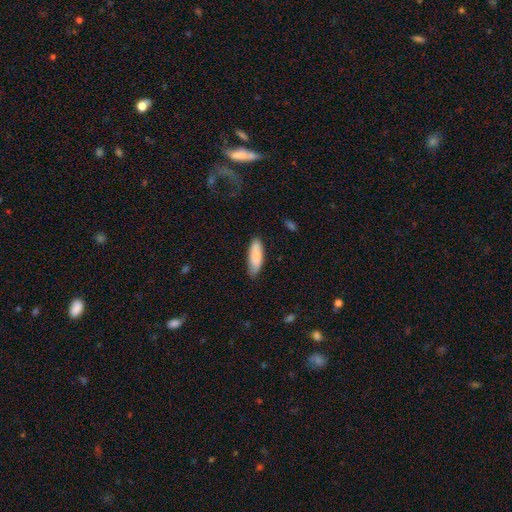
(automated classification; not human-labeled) Overall: smooth (85%). How rounded: in between (58%; cigar-shaped 41%). Merging: none (79%).